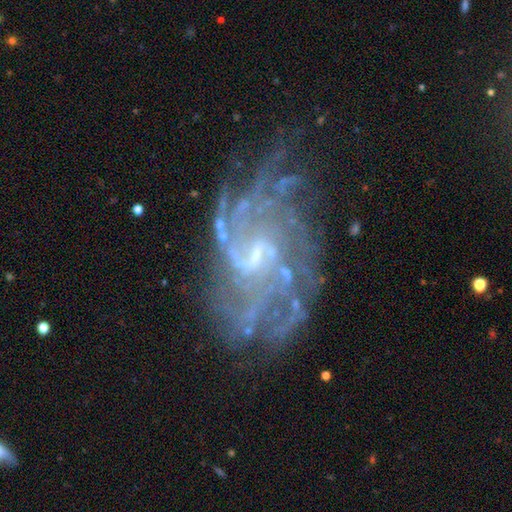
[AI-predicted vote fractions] Q: Smooth or featured?
A: featured or disk (87%); runner-up: star or artifact (8%)
Q: Edge-on disk?
A: no (97%); runner-up: yes (3%)
Q: Bar?
A: weak (55%); runner-up: no (31%)
Q: Spiral arms?
A: yes (95%); runner-up: no (5%)
Q: Spiral winding?
A: tight (46%); runner-up: medium (38%)
Q: Spiral arm count?
A: can't tell (33%); runner-up: 4 (19%)
Q: Bulge size?
A: small (67%); runner-up: moderate (19%)
Q: Merging?
A: none (66%); runner-up: minor disturbance (18%)